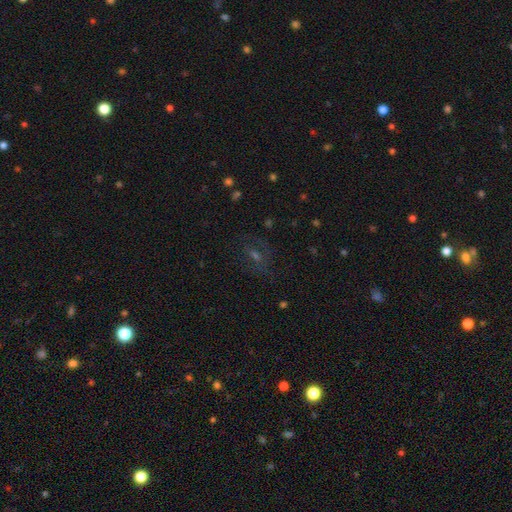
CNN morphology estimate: Overall: star or artifact (38%; featured or disk 32%).